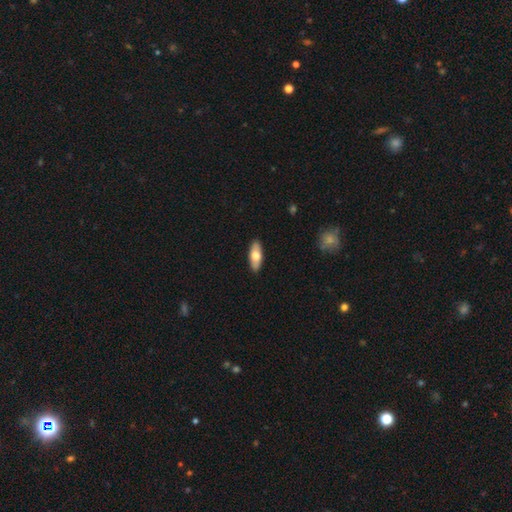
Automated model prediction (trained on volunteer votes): Smooth or featured?
  - smooth: 64% *
  - featured or disk: 30%
  - star or artifact: 5%
How rounded?
  - in between: 74% *
  - cigar-shaped: 24%
  - round: 3%
Merging?
  - none: 90% *
  - minor disturbance: 7%
  - major disturbance: 1%
  - merger: 1%